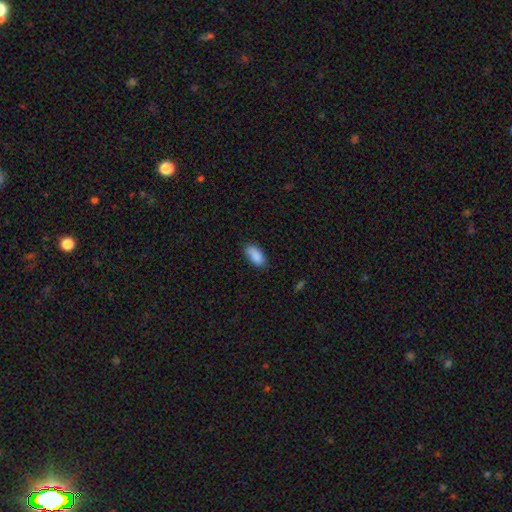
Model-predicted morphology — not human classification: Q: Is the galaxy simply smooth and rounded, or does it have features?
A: smooth — 88%.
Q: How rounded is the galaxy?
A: in between — 91%.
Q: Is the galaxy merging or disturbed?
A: none — 74%.